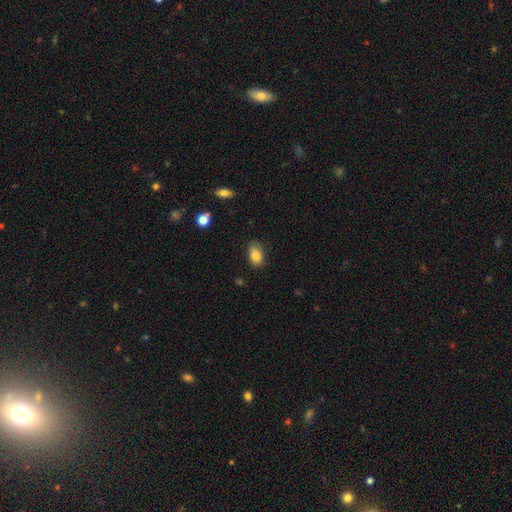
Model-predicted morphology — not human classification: The model was most divided on "merging": none: 66%, minor disturbance: 27%, major disturbance: 6%, merger: 2%. More confident: how rounded — in between (85%); smooth or featured — smooth (82%).